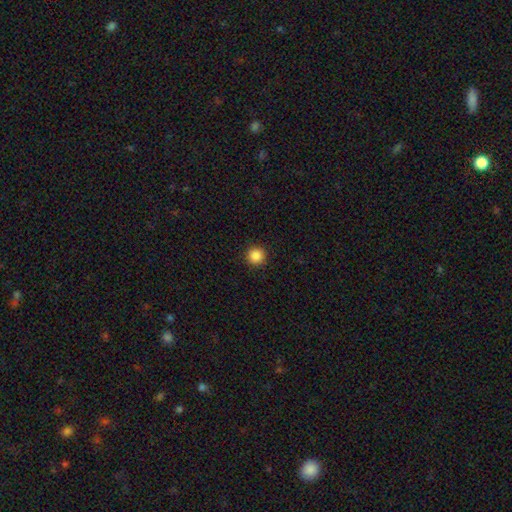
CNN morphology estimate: Overall: smooth (87%). How rounded: round (96%). Merging: none (93%).